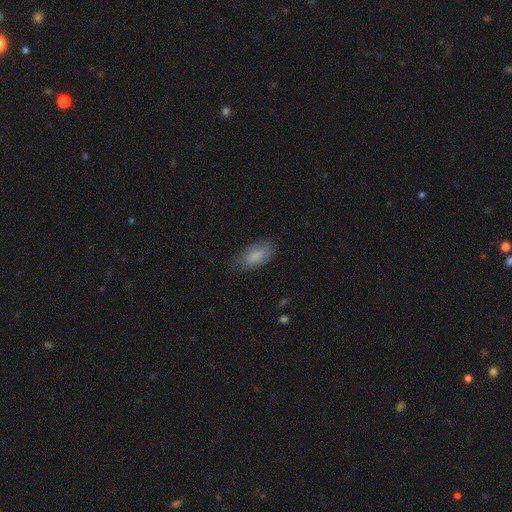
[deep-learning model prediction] smooth-or-featured: smooth: 84% | featured or disk: 10% | star or artifact: 6%
  how-rounded: in between: 90% | cigar-shaped: 7% | round: 2%
  merging: none: 78% | minor disturbance: 17% | major disturbance: 4% | merger: 1%